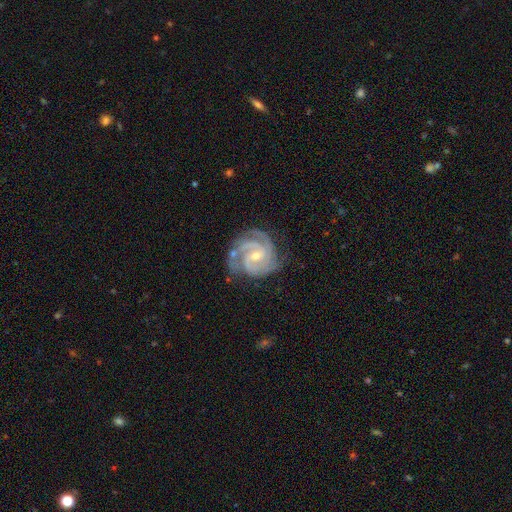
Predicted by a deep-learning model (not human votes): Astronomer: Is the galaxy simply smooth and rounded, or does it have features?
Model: featured or disk — 92%.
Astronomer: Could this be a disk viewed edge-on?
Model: no — 98%.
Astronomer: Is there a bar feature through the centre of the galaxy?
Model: no — 48% (runner-up: weak, 39%).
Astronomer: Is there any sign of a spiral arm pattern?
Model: yes — 99%.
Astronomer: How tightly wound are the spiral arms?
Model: tight — 66%.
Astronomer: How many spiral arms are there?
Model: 3 — 55%.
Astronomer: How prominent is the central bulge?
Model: small — 55% (runner-up: moderate, 42%).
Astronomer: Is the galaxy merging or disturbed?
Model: none — 71%.